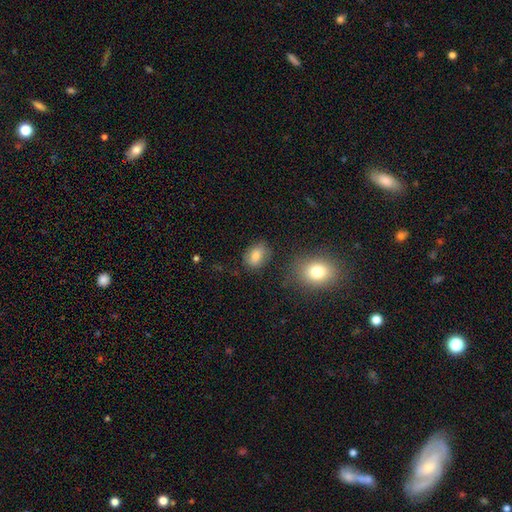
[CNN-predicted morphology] Q: Smooth or featured?
A: smooth (80%); runner-up: featured or disk (11%)
Q: How rounded?
A: in between (72%); runner-up: round (27%)
Q: Merging?
A: none (79%); runner-up: minor disturbance (14%)